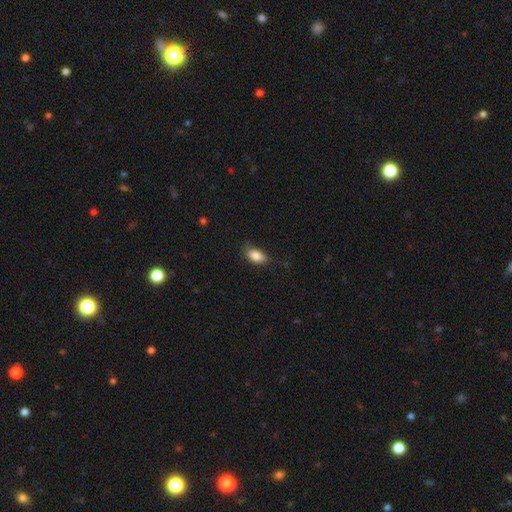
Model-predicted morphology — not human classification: smooth-or-featured: smooth: 85% | star or artifact: 8% | featured or disk: 7%
  how-rounded: in between: 89% | round: 6% | cigar-shaped: 4%
  merging: none: 69% | minor disturbance: 25% | major disturbance: 5% | merger: 1%